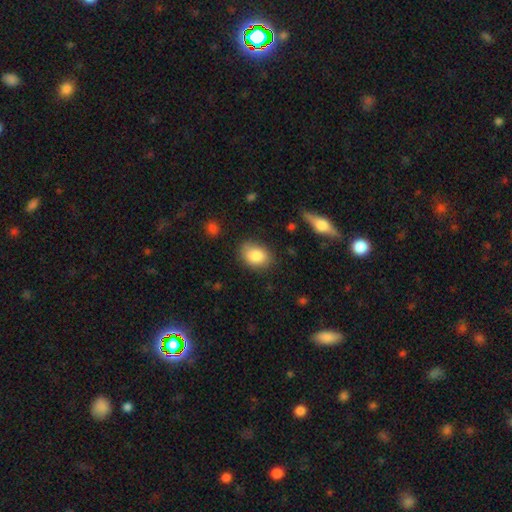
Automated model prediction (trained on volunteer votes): Smooth or featured?
  - smooth: 85% *
  - featured or disk: 8%
  - star or artifact: 8%
How rounded?
  - in between: 75% *
  - round: 23%
  - cigar-shaped: 1%
Merging?
  - none: 78% *
  - minor disturbance: 16%
  - major disturbance: 4%
  - merger: 2%